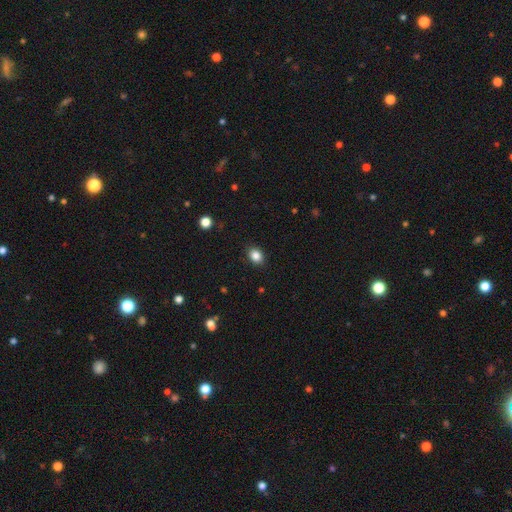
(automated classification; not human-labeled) smooth_or_featured: smooth (p=0.86) [alt: star or artifact p=0.10]
how_rounded: in between (p=0.57) [alt: round p=0.42]
merging: none (p=0.89) [alt: minor disturbance p=0.08]